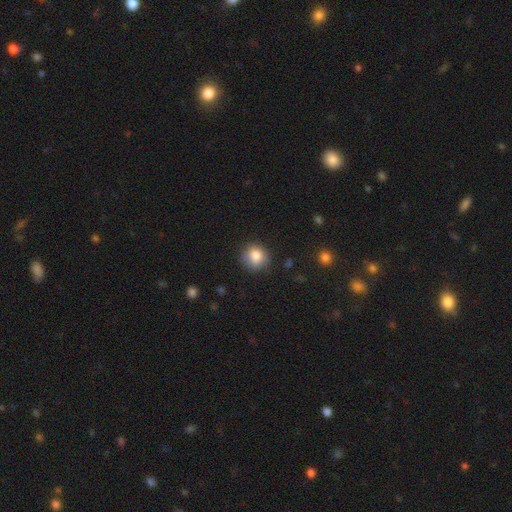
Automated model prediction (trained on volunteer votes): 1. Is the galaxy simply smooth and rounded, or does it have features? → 83% smooth, 9% star or artifact, 8% featured or disk.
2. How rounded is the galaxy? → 81% round, 18% in between, 1% cigar-shaped.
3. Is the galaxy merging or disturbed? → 77% none, 17% minor disturbance, 4% major disturbance, 2% merger.